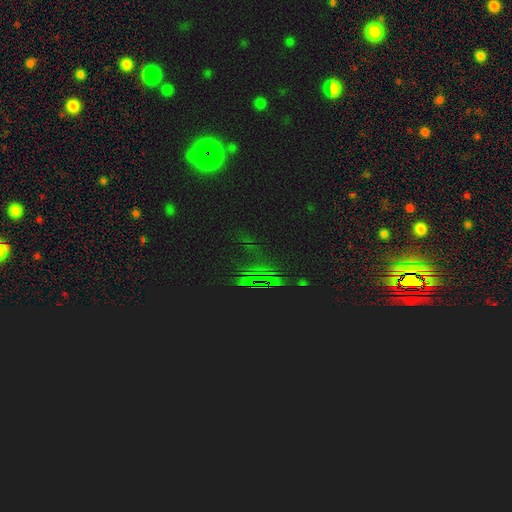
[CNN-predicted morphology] smooth-or-featured: star or artifact: 74% | smooth: 16% | featured or disk: 10%